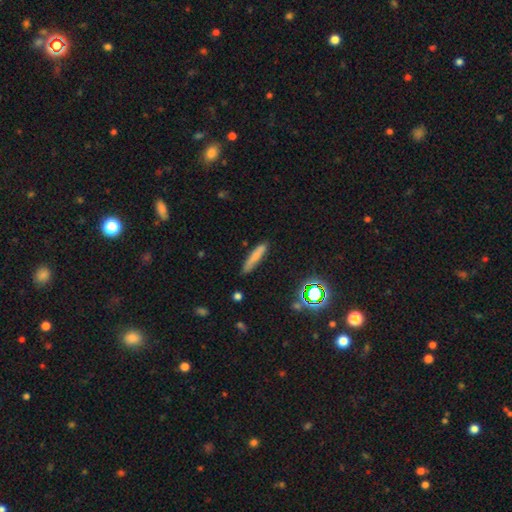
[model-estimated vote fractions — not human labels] Smooth or featured? smooth (74%)
How rounded? cigar-shaped (88%)
Merging? none (82%)